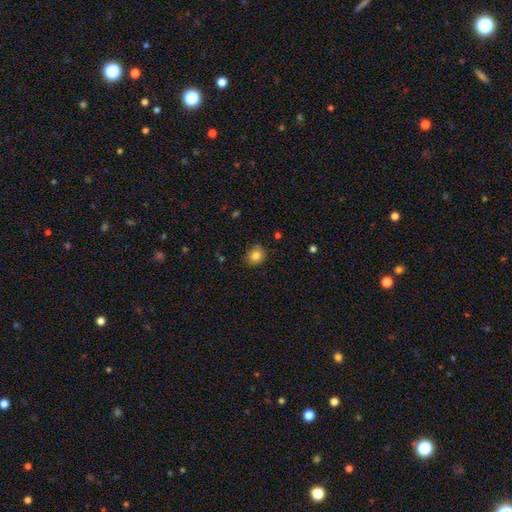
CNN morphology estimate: A smooth galaxy with no disk features (83%) that is round (77%). Merging: none (80%).